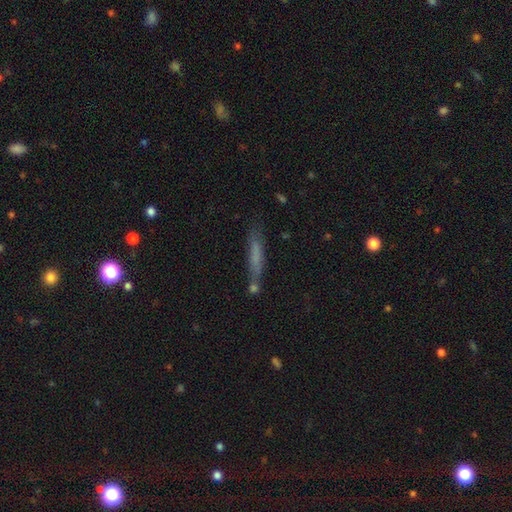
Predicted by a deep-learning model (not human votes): Q: Smooth or featured?
A: smooth (62%); runner-up: featured or disk (27%)
Q: How rounded?
A: cigar-shaped (90%); runner-up: in between (8%)
Q: Merging?
A: none (68%); runner-up: minor disturbance (17%)